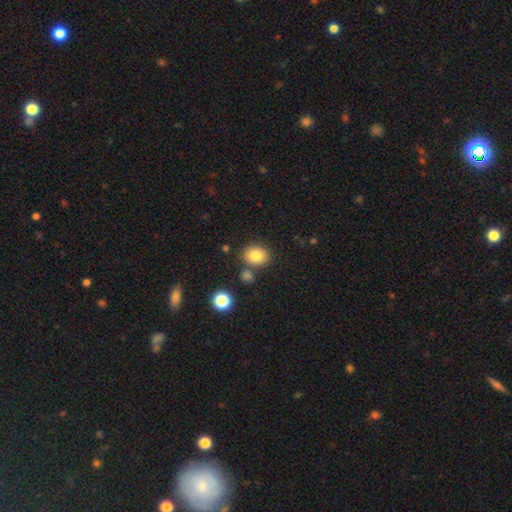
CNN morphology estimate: type=smooth (82%); roundness=round (53%); merging=none (75%).